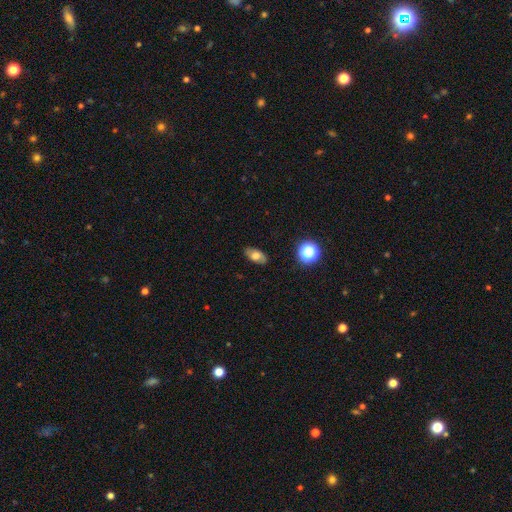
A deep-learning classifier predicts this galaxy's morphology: smooth_or_featured: smooth (p=0.65) [alt: featured or disk p=0.24]
how_rounded: in between (p=0.87) [alt: round p=0.09]
merging: none (p=0.85) [alt: minor disturbance p=0.12]